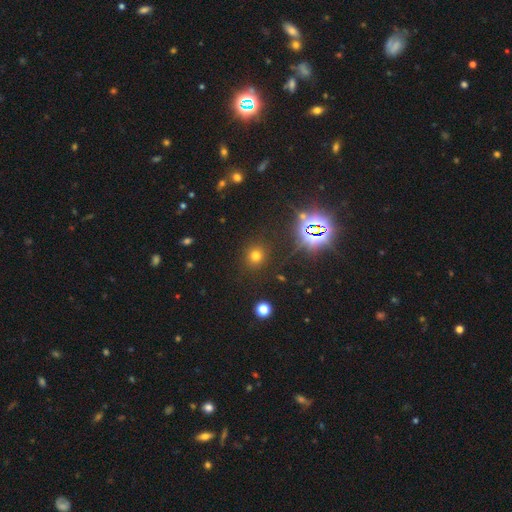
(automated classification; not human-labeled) This appears to be a smooth galaxy with no disk features (66%) that is round (88%). Merging: none (88%).